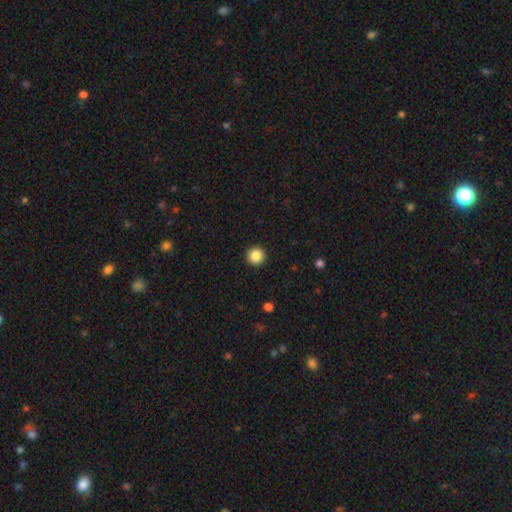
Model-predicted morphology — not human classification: smooth_or_featured: smooth (p=0.87) [alt: star or artifact p=0.10]
how_rounded: round (p=0.96) [alt: in between p=0.03]
merging: none (p=0.93) [alt: minor disturbance p=0.04]